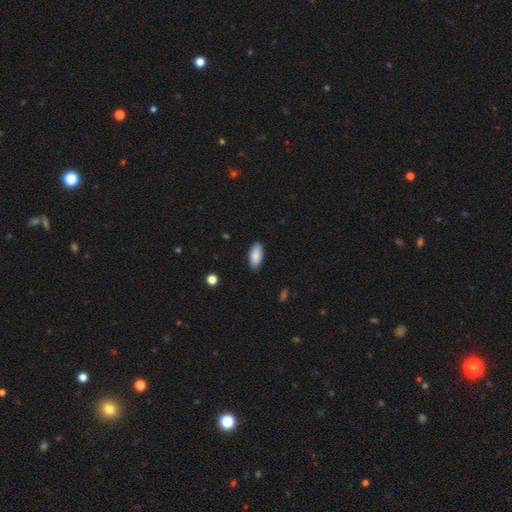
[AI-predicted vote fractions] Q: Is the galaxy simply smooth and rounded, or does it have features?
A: smooth — 89%.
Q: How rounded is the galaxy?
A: in between — 90%.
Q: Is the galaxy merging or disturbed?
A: none — 87%.